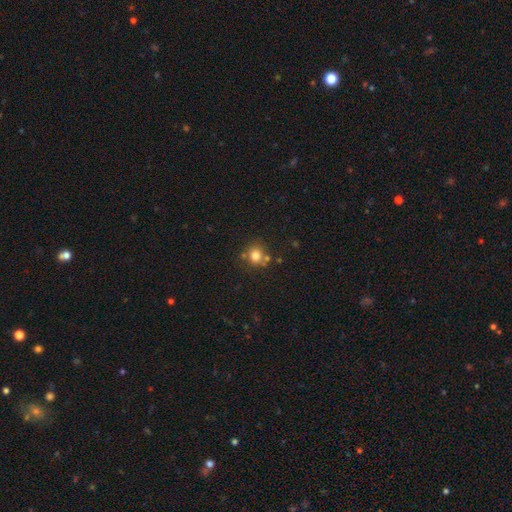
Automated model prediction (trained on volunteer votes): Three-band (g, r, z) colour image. It shows a smooth galaxy with no disk features (79%) that is round (84%). Merging: none (67%).